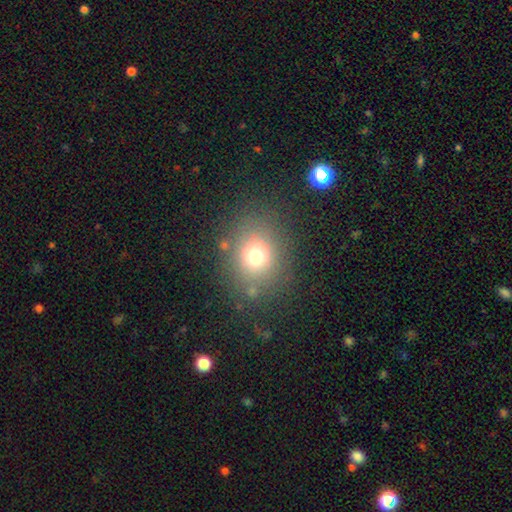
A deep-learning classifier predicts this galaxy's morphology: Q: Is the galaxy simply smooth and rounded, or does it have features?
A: smooth — 71%.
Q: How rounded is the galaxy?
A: round — 66%.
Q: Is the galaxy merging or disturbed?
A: none — 78%.